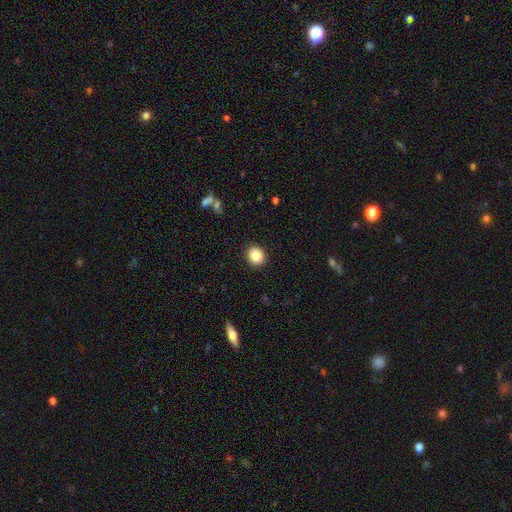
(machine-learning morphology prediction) Smooth or featured?
  - smooth: 83% *
  - star or artifact: 9%
  - featured or disk: 7%
How rounded?
  - round: 81% *
  - in between: 18%
  - cigar-shaped: 1%
Merging?
  - none: 92% *
  - minor disturbance: 6%
  - major disturbance: 2%
  - merger: 1%